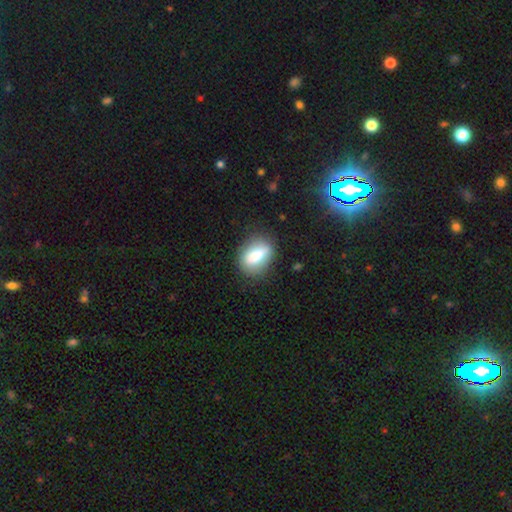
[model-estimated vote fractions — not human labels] A smooth galaxy with no disk features (74%) that is in between round and cigar-shaped (73%). Merging: none (80%).